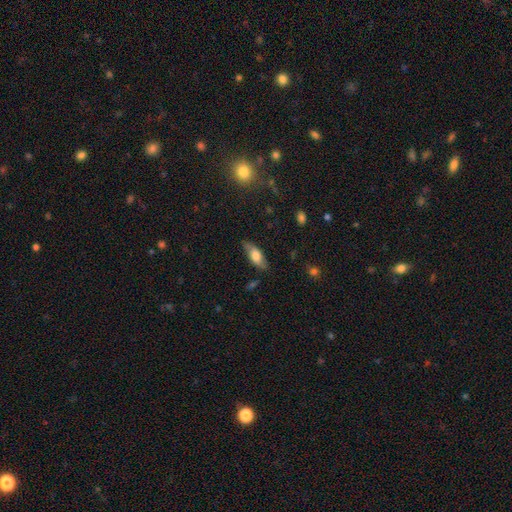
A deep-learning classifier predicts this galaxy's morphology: Smooth or featured: smooth — 64% (featured or disk — 29%)
How rounded: in between — 73% (cigar-shaped — 24%)
Merging: none — 77% (minor disturbance — 18%)